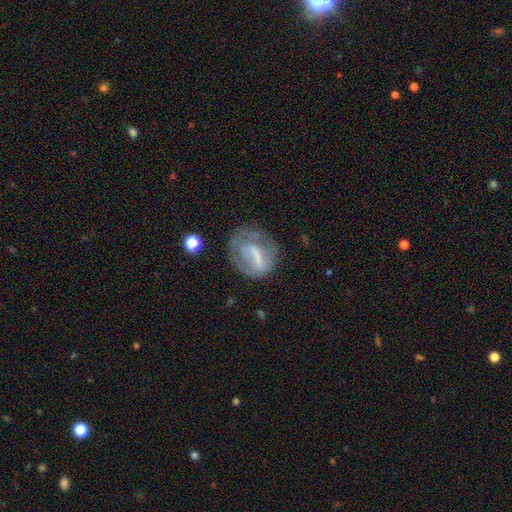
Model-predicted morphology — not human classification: This appears to be a featured or disk galaxy (54%) with a strong bar (41%), no spiral arms (66%) and no central bulge (45%). Merging: none (48%).